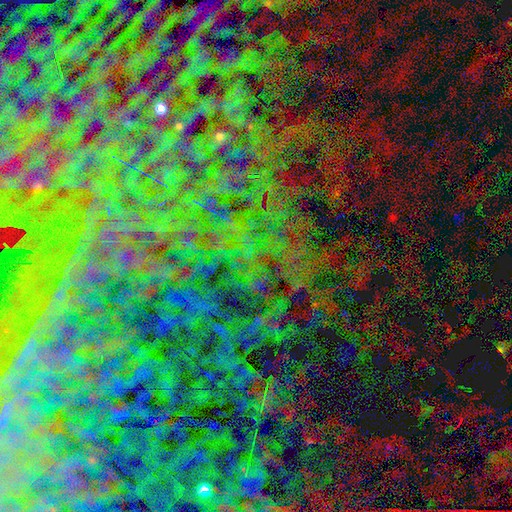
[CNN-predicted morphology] smooth_or_featured: star or artifact (p=0.84) [alt: featured or disk p=0.09]